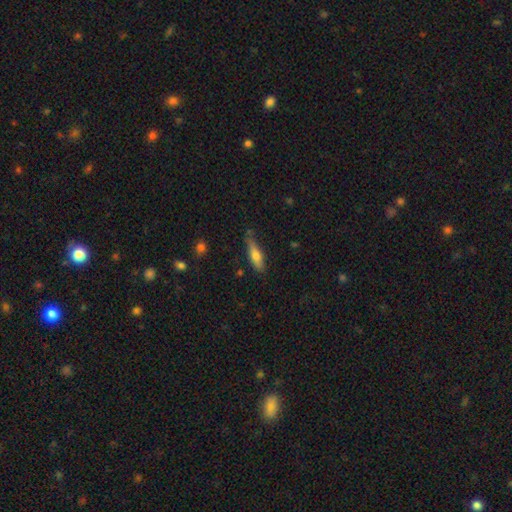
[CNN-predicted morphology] Smooth or featured? smooth (65%)
How rounded? cigar-shaped (64%)
Merging? none (65%)